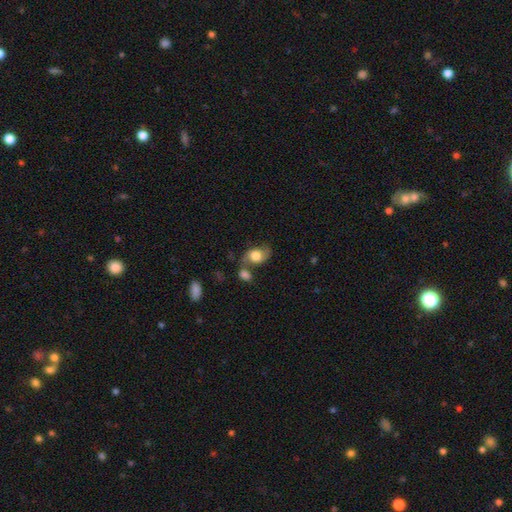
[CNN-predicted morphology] A smooth galaxy with no disk features (64%) that is in between round and cigar-shaped (79%).

Vote fractions:
- Smooth or featured? smooth: 64% / featured or disk: 29% / star or artifact: 8%
- How rounded? in between: 79% / round: 19% / cigar-shaped: 2%
- Merging? none: 47% / merger: 24% / minor disturbance: 20% / major disturbance: 9%